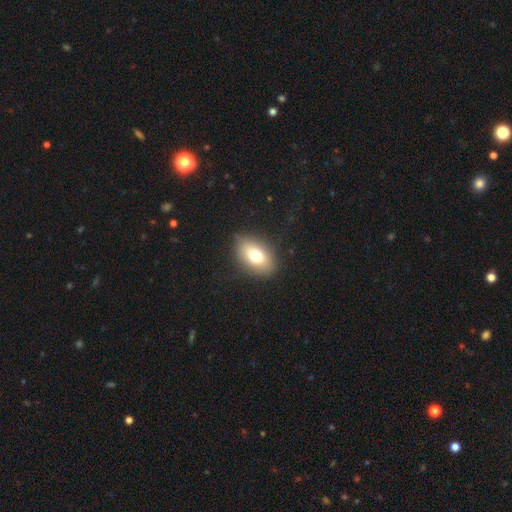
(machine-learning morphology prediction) A smooth galaxy with no disk features (75%) that is in between round and cigar-shaped (84%).

Vote fractions:
- Smooth or featured? smooth: 75% / featured or disk: 16% / star or artifact: 9%
- How rounded? in between: 84% / round: 14% / cigar-shaped: 2%
- Merging? none: 83% / minor disturbance: 13% / major disturbance: 4% / merger: 1%